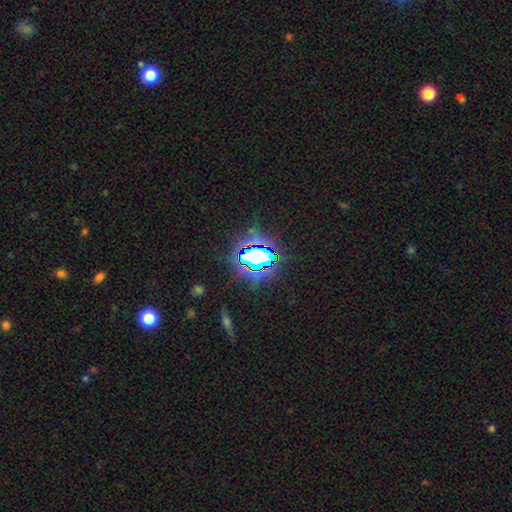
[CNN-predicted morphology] Smooth or featured: star or artifact — 73% (smooth — 16%)